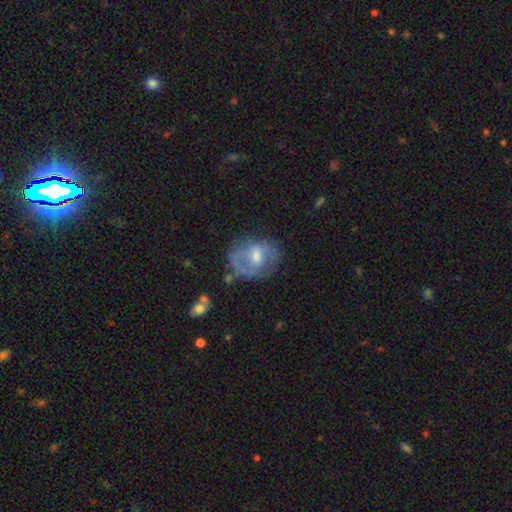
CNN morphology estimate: smooth_or_featured: featured or disk (p=0.61) [alt: smooth p=0.29]
disk_edge_on: no (p=0.96) [alt: yes p=0.04]
bar: no (p=0.44) [alt: weak p=0.43]
has_spiral_arms: yes (p=0.53) [alt: no p=0.47]
bulge_size: moderate (p=0.59) [alt: small p=0.27]
merging: none (p=0.56) [alt: minor disturbance p=0.25]